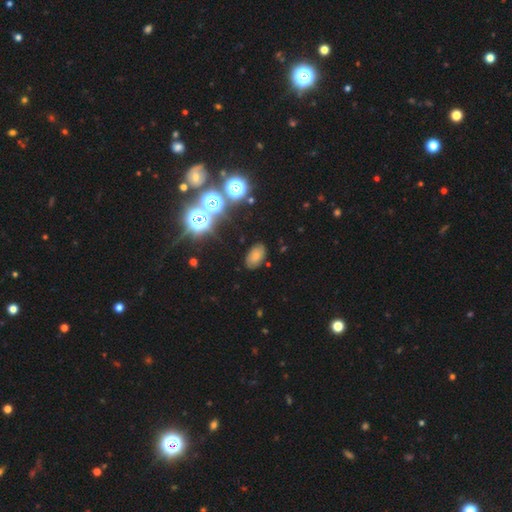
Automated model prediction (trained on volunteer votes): A smooth galaxy with no disk features (64%) that is in between round and cigar-shaped (88%).

Vote fractions:
- Smooth or featured? smooth: 64% / star or artifact: 22% / featured or disk: 14%
- How rounded? in between: 88% / round: 10% / cigar-shaped: 2%
- Merging? none: 84% / minor disturbance: 11% / major disturbance: 3% / merger: 2%